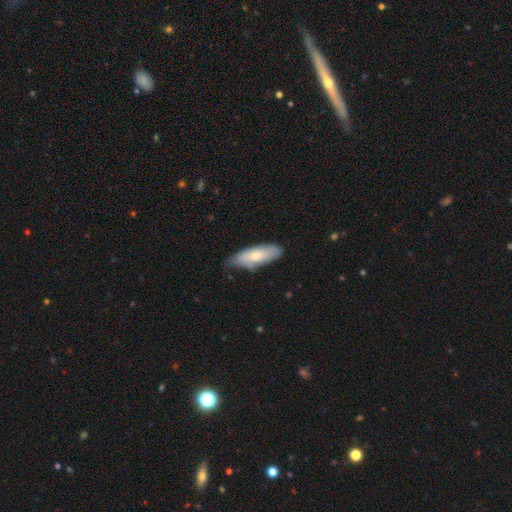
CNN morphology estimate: Smooth or featured? Predicted: smooth (p=0.67). How rounded? Predicted: in between (p=0.64). Merging? Predicted: none (p=0.61).